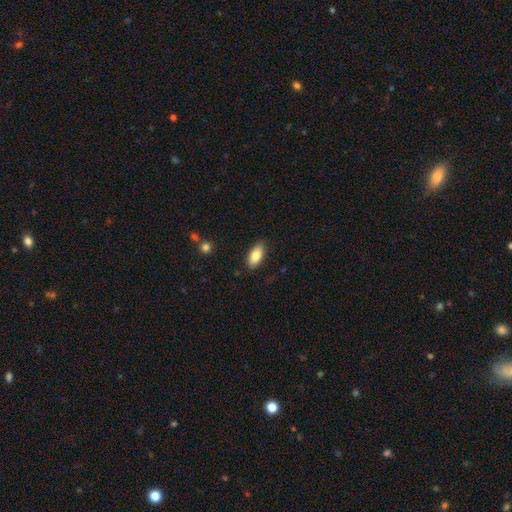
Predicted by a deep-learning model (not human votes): smooth-or-featured: smooth: 82% | featured or disk: 11% | star or artifact: 7%
  how-rounded: in between: 88% | cigar-shaped: 9% | round: 3%
  merging: none: 87% | minor disturbance: 10% | major disturbance: 2% | merger: 1%